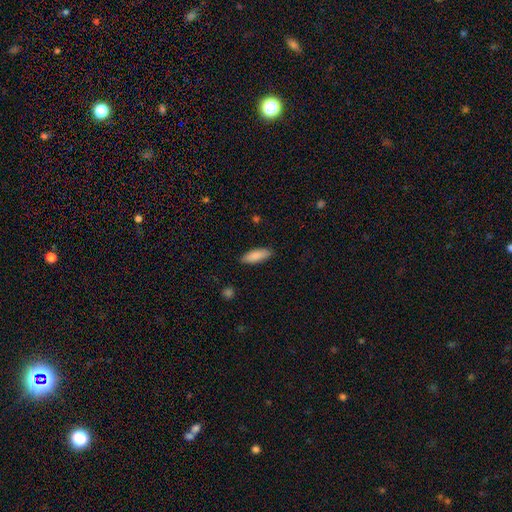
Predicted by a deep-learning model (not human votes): smooth 88%, featured or disk 7%, star or artifact 6%. Down the decision tree: how rounded — in between (63%); merging — none (87%).